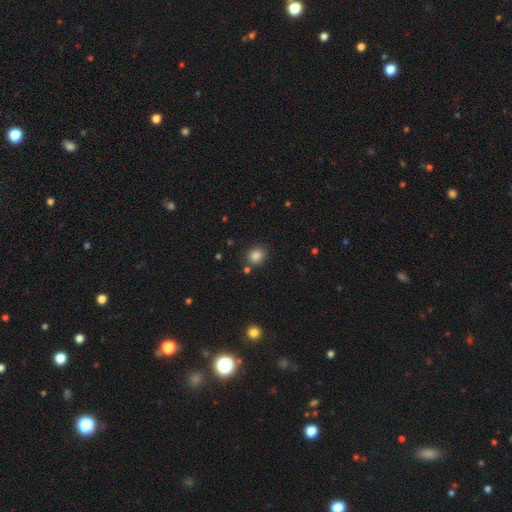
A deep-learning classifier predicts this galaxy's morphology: This appears to be a smooth galaxy with no disk features (84%) that is round (83%). Merging: none (83%).